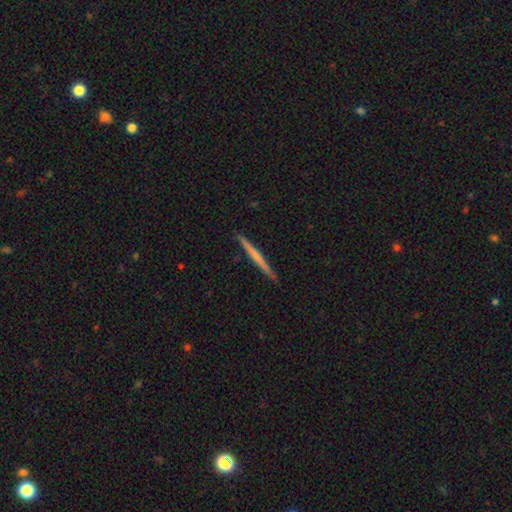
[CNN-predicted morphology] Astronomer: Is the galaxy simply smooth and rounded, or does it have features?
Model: featured or disk — 48% (runner-up: smooth, 46%).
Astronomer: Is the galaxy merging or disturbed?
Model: none — 92%.